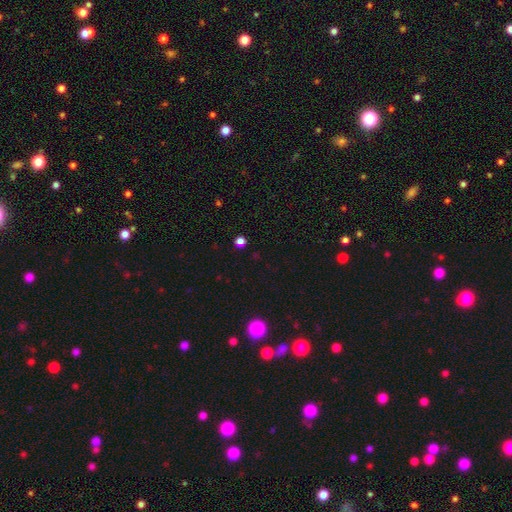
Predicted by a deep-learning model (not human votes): Morphology: type=smooth (48%); merging=none (86%).